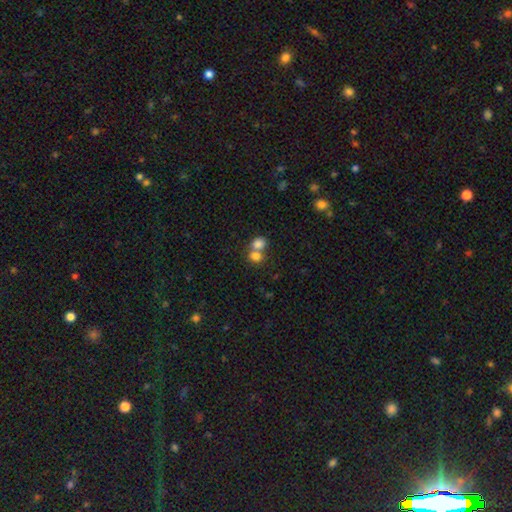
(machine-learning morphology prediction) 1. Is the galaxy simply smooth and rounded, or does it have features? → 78% smooth, 11% star or artifact, 11% featured or disk.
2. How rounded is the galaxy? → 57% round, 42% in between, 1% cigar-shaped.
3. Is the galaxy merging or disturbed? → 61% merger, 30% none, 6% minor disturbance, 3% major disturbance.